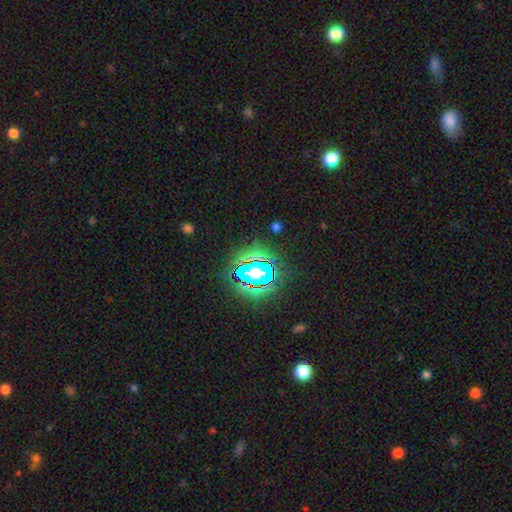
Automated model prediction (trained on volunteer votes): smooth_or_featured: star or artifact (p=0.80) [alt: smooth p=0.12]